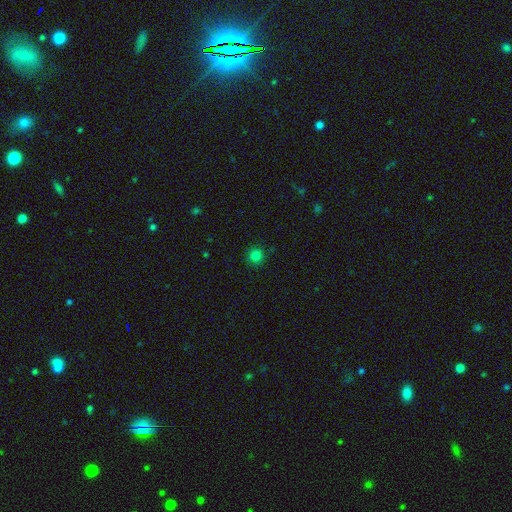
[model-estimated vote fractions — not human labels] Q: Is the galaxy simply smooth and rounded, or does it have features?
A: smooth — 80%.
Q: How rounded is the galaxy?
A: round — 94%.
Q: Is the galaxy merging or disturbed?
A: none — 90%.